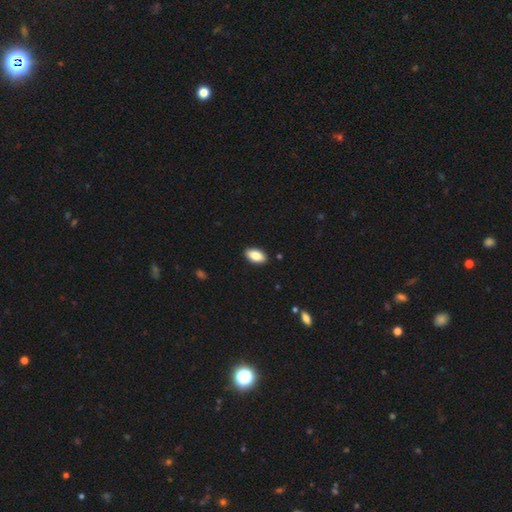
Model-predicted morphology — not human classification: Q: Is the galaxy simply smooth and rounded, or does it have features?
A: smooth — 86%.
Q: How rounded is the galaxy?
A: in between — 93%.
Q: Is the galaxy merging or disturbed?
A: none — 90%.